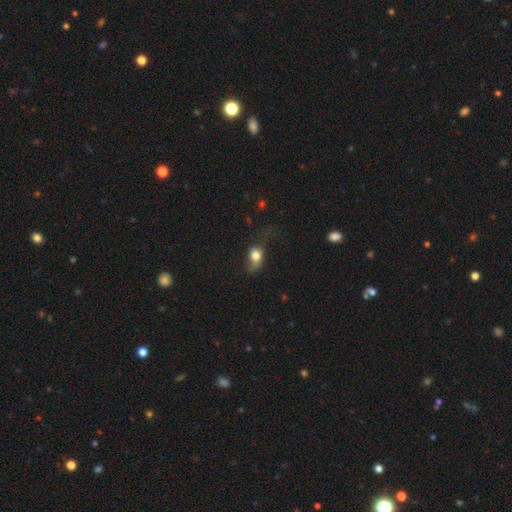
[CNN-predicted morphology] This is likely a smooth galaxy (72%). How rounded: possibly in between (52%). Merging: marginally none (35%).